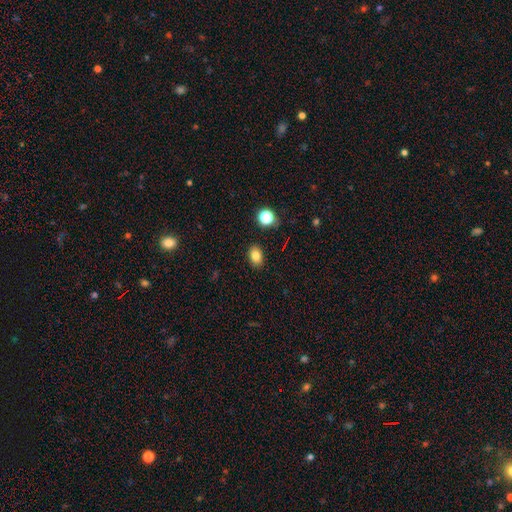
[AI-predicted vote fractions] Smooth or featured: smooth — 81% (star or artifact — 12%)
How rounded: in between — 76% (round — 23%)
Merging: none — 87% (minor disturbance — 9%)